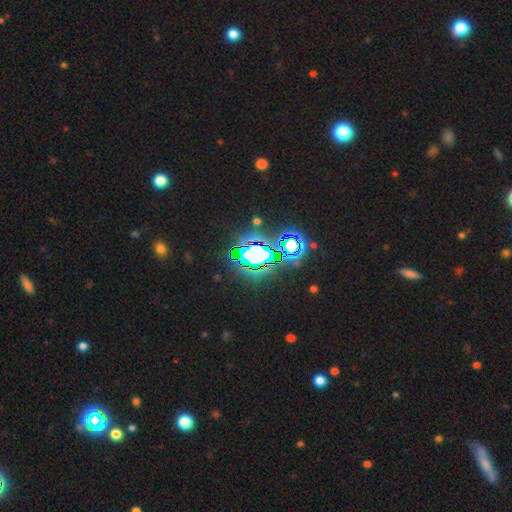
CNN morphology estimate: smooth-or-featured: star or artifact: 73% | smooth: 16% | featured or disk: 11%